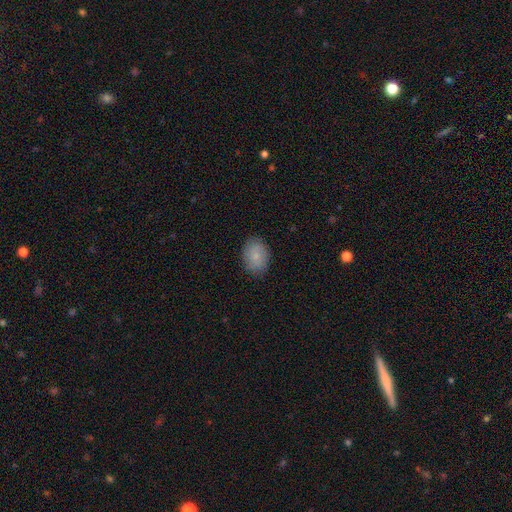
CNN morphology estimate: Smooth or featured?
  - smooth: 80% *
  - featured or disk: 13%
  - star or artifact: 7%
How rounded?
  - in between: 76% *
  - round: 23%
  - cigar-shaped: 1%
Merging?
  - none: 85% *
  - minor disturbance: 12%
  - major disturbance: 3%
  - merger: 1%